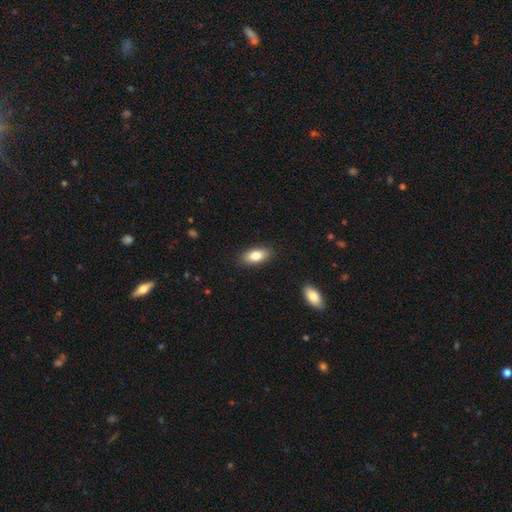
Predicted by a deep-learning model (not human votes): Smooth or featured?
  - smooth: 81% *
  - featured or disk: 13%
  - star or artifact: 7%
How rounded?
  - in between: 88% *
  - cigar-shaped: 8%
  - round: 3%
Merging?
  - none: 88% *
  - minor disturbance: 9%
  - major disturbance: 2%
  - merger: 1%